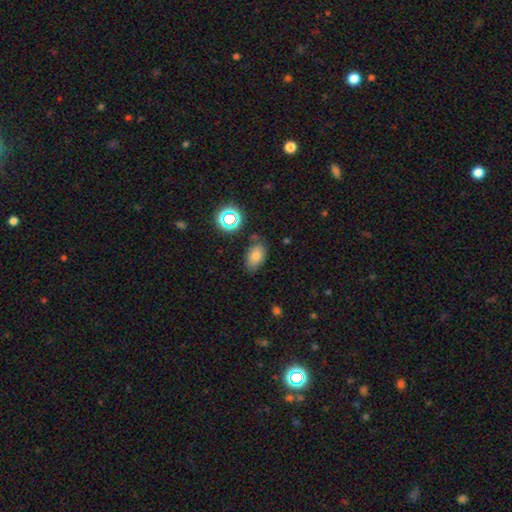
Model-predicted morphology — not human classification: Overall: smooth (75%). How rounded: in between (89%). Merging: none (74%).